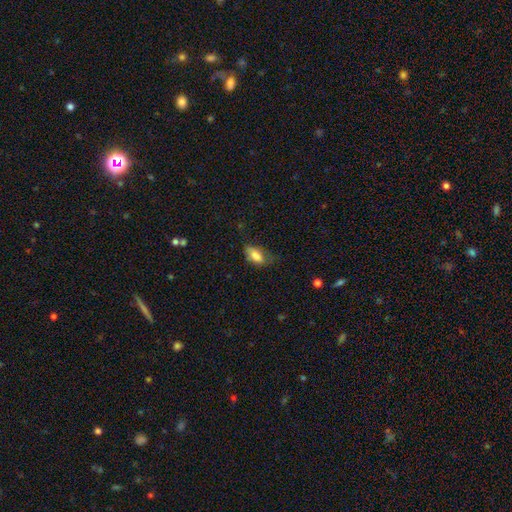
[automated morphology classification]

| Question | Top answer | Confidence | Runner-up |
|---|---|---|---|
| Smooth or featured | smooth | 80% | featured or disk (12%) |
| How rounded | in between | 89% | cigar-shaped (7%) |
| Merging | none | 46% | minor disturbance (35%) |